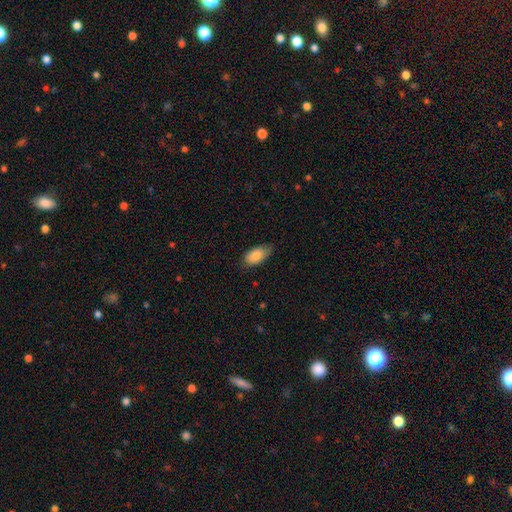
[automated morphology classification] Smooth or featured? Predicted: smooth (p=0.86). How rounded? Predicted: in between (p=0.93). Merging? Predicted: none (p=0.73).